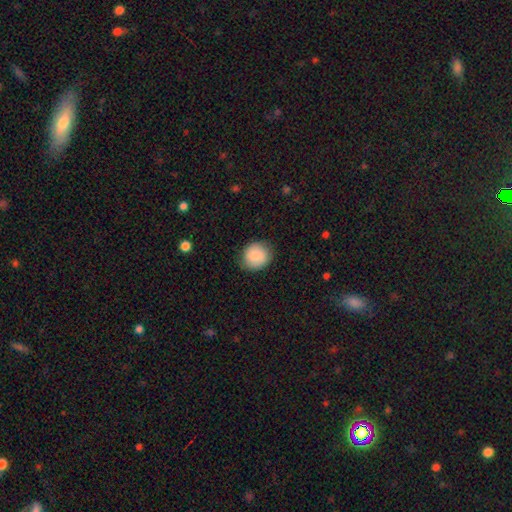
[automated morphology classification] A smooth galaxy with no disk features (82%) that is round (84%). Merging: none (84%).